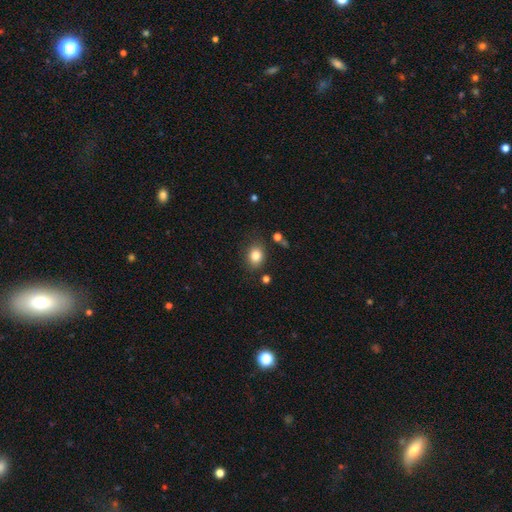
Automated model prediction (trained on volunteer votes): Smooth or featured? Predicted: smooth (p=0.83). How rounded? Predicted: in between (p=0.52). Merging? Predicted: none (p=0.80).